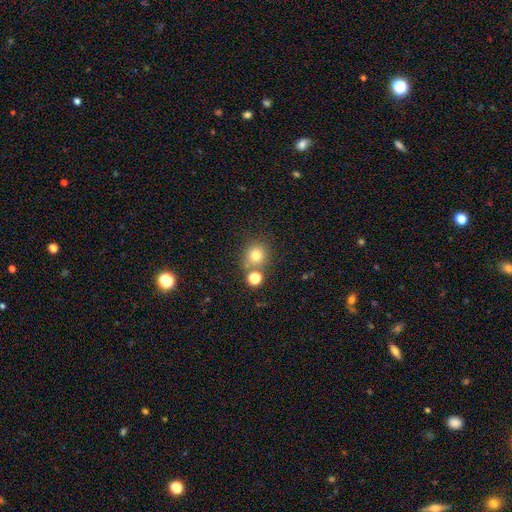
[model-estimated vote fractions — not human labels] Morphology: type=smooth (77%); roundness=round (87%); merging=none (68%).